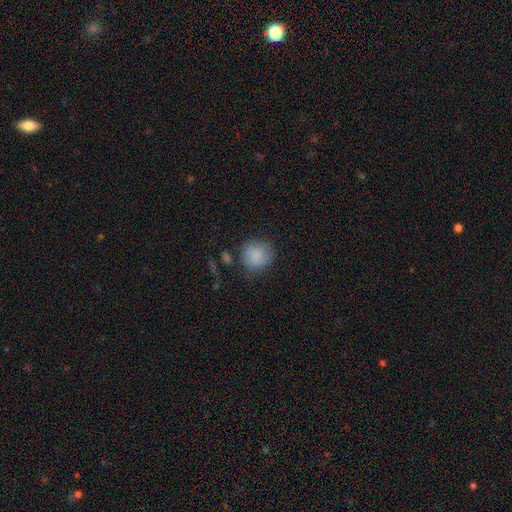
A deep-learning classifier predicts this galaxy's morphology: This is clearly a smooth galaxy (87%). How rounded: clearly round (90%). Merging: likely none (77%).